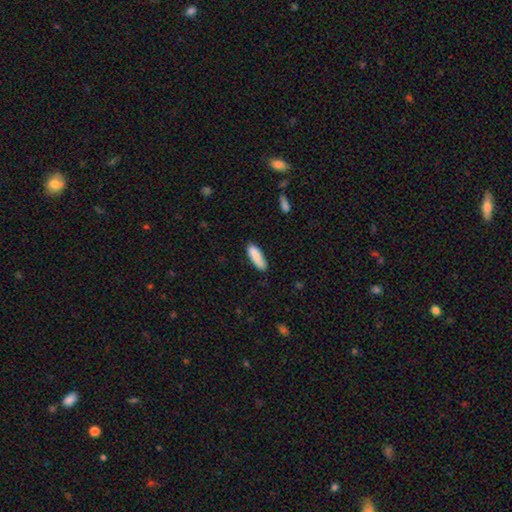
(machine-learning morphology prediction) This is clearly a smooth galaxy (87%). How rounded: possibly cigar-shaped (53%). Merging: likely none (80%).